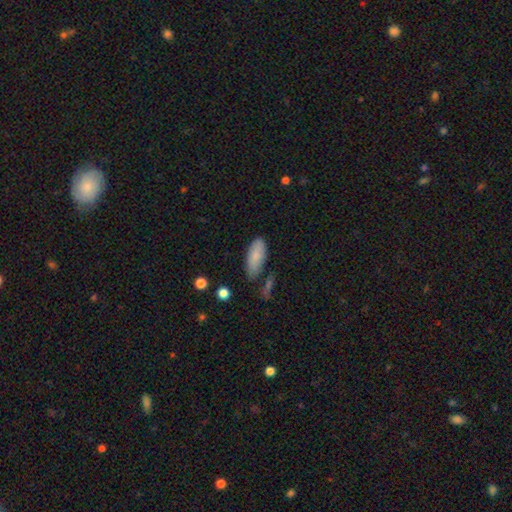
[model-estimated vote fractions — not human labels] smooth-or-featured: smooth: 84% | featured or disk: 10% | star or artifact: 6%
  how-rounded: in between: 81% | cigar-shaped: 17% | round: 2%
  merging: none: 70% | minor disturbance: 20% | merger: 5% | major disturbance: 4%